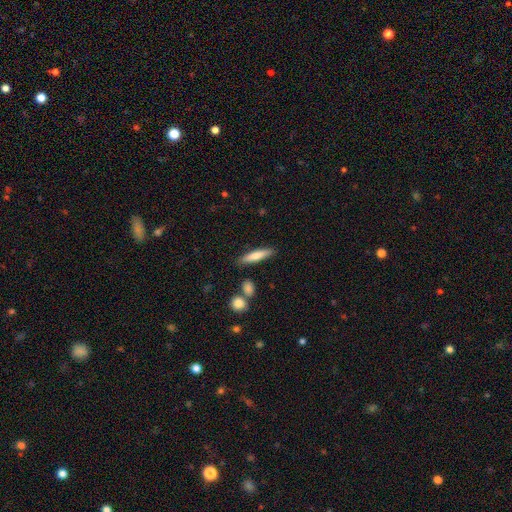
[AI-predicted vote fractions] A smooth galaxy with no disk features (70%) that is cigar-shaped (81%). Merging: none (85%).